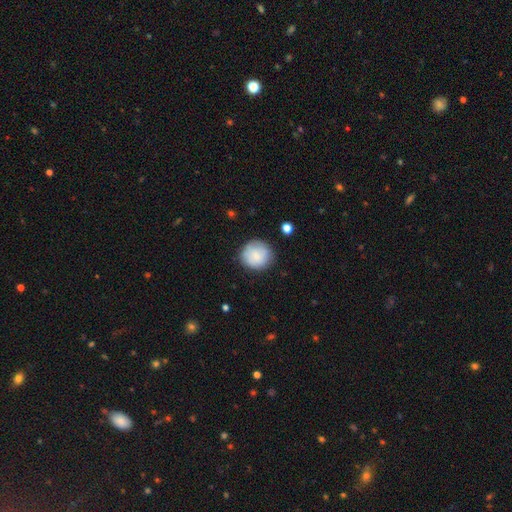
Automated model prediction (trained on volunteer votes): Q: Smooth or featured?
A: smooth (81%); runner-up: featured or disk (11%)
Q: How rounded?
A: round (89%); runner-up: in between (10%)
Q: Merging?
A: none (80%); runner-up: minor disturbance (15%)